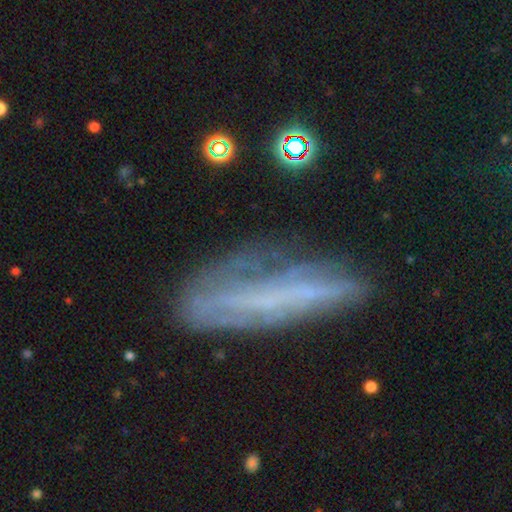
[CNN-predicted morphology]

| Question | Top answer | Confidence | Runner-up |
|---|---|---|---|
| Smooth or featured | featured or disk | 58% | smooth (30%) |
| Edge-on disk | no | 55% | yes (45%) |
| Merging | none | 57% | minor disturbance (25%) |